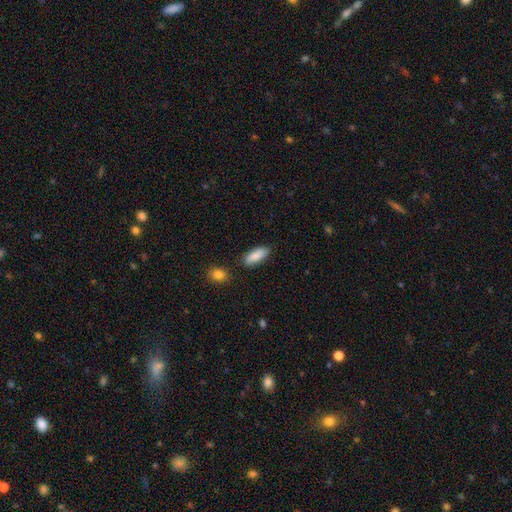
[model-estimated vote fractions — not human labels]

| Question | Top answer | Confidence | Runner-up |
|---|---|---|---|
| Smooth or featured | smooth | 87% | featured or disk (7%) |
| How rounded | in between | 82% | cigar-shaped (16%) |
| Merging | none | 82% | minor disturbance (12%) |